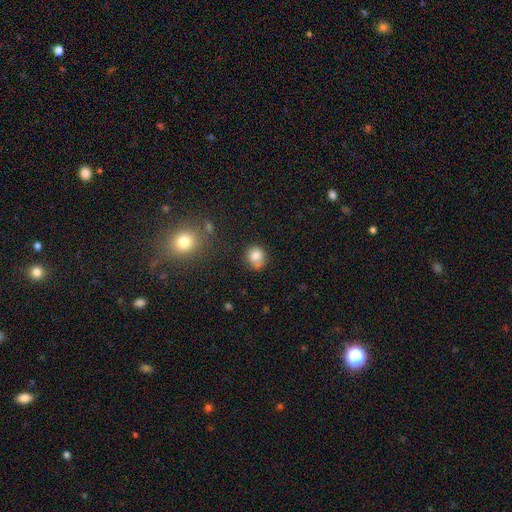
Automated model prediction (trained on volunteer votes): This appears to be a smooth galaxy with no disk features (81%) that is round (80%). Merging: none (60%).